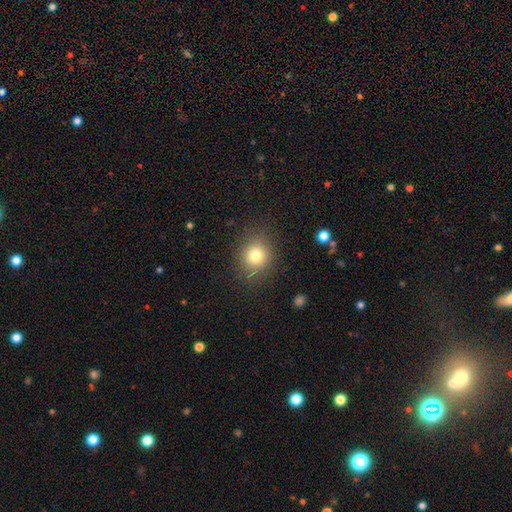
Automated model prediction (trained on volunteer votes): This is likely a smooth galaxy (77%). How rounded: likely round (77%). Merging: clearly none (85%).